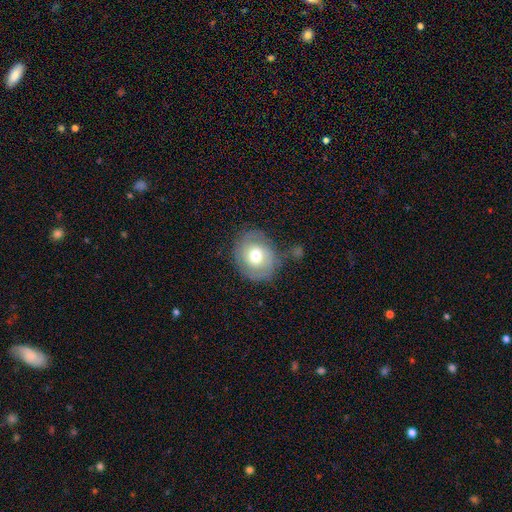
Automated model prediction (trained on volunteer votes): The model was most divided on "smooth or featured": smooth: 53%, featured or disk: 39%, star or artifact: 8%. More confident: how rounded — round (75%); merging — none (65%).